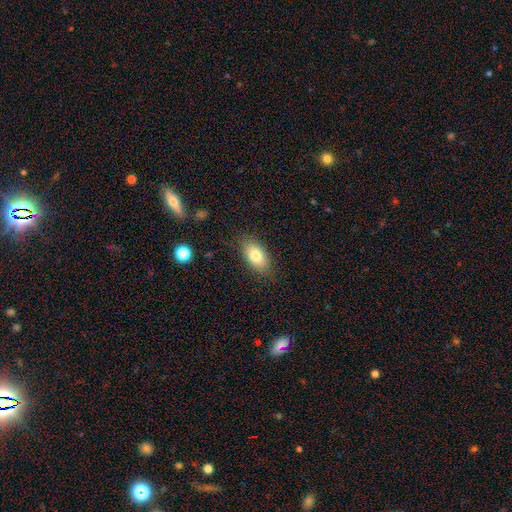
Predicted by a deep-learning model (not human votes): Smooth or featured: smooth — 80% (featured or disk — 12%)
How rounded: in between — 91% (round — 5%)
Merging: none — 83% (minor disturbance — 12%)